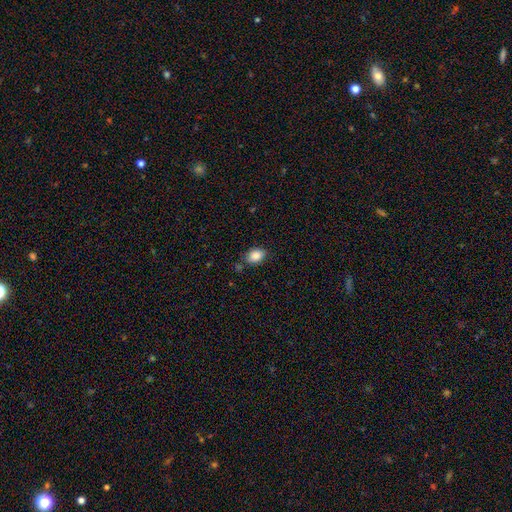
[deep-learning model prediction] Q: Smooth or featured?
A: smooth (87%); runner-up: star or artifact (8%)
Q: How rounded?
A: in between (74%); runner-up: round (25%)
Q: Merging?
A: none (76%); runner-up: minor disturbance (16%)